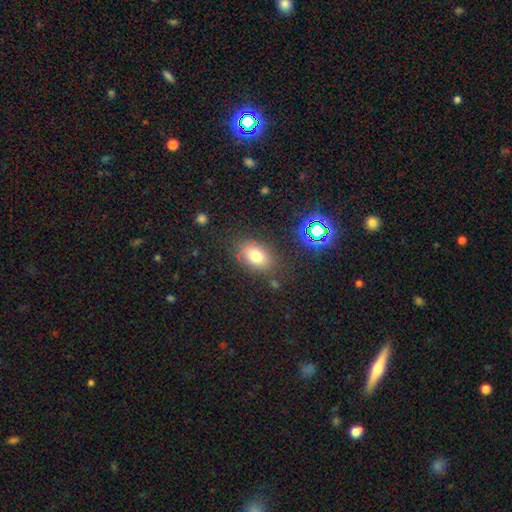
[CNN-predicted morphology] Smooth or featured?
  - smooth: 74% *
  - star or artifact: 14%
  - featured or disk: 12%
How rounded?
  - in between: 82% *
  - round: 17%
  - cigar-shaped: 2%
Merging?
  - none: 79% *
  - minor disturbance: 13%
  - major disturbance: 5%
  - merger: 3%